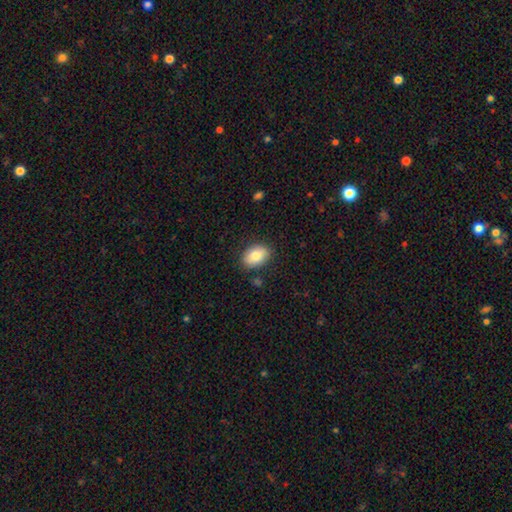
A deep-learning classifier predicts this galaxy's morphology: A smooth galaxy with no disk features (83%) that is in between round and cigar-shaped (84%).

Vote fractions:
- Smooth or featured? smooth: 83% / featured or disk: 10% / star or artifact: 7%
- How rounded? in between: 84% / round: 15% / cigar-shaped: 1%
- Merging? none: 84% / minor disturbance: 11% / major disturbance: 3% / merger: 2%